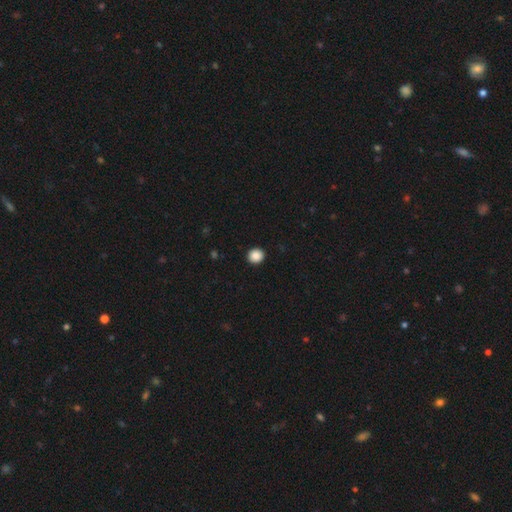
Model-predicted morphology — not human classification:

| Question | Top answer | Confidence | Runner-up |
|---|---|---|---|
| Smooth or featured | smooth | 88% | star or artifact (9%) |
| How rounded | round | 89% | in between (11%) |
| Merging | none | 93% | minor disturbance (5%) |